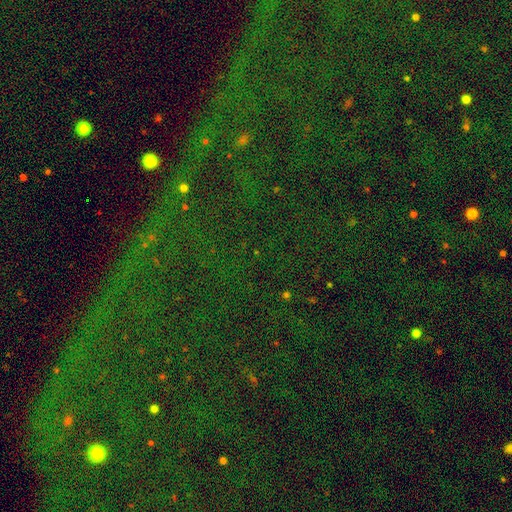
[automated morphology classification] This is clearly a star or artifact rather than a galaxy (83%).